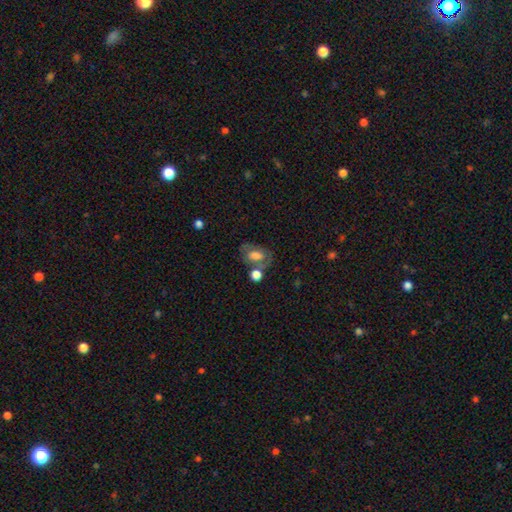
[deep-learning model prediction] The model was most divided on "smooth or featured": smooth: 56%, featured or disk: 35%, star or artifact: 10%. Remaining: how rounded — in between (81%); merging — none (48%).